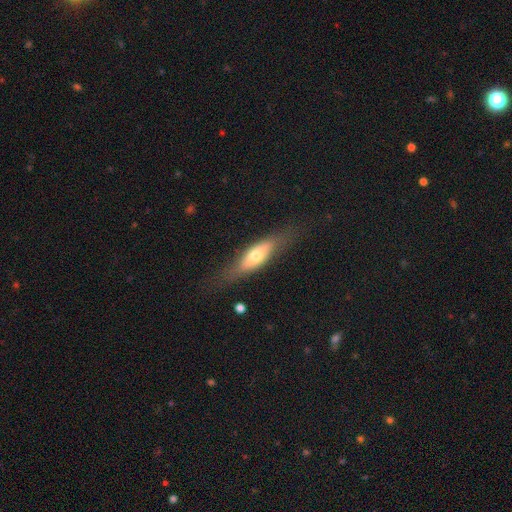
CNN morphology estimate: The model was most divided on "how rounded": cigar-shaped: 49%, in between: 48%, round: 3%. More confident: merging — none (72%); smooth or featured — smooth (53%).